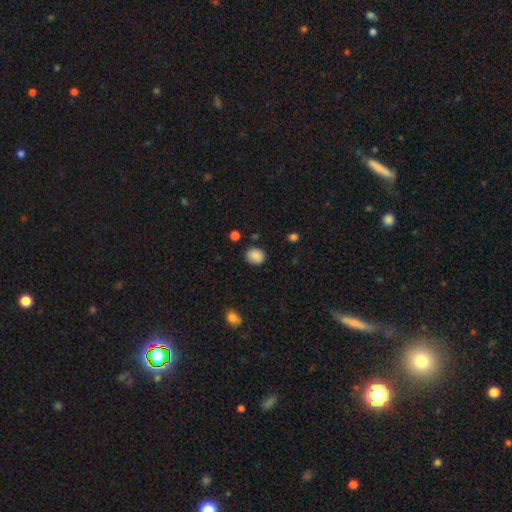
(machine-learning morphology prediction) smooth-or-featured: smooth: 87% | star or artifact: 8% | featured or disk: 4%
  how-rounded: round: 53% | in between: 46% | cigar-shaped: 1%
  merging: none: 82% | minor disturbance: 13% | major disturbance: 3% | merger: 2%